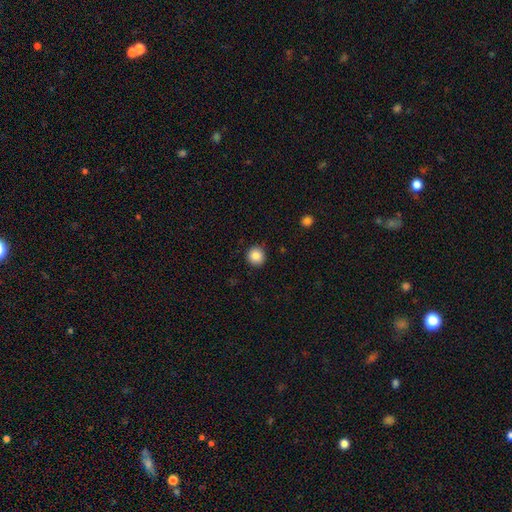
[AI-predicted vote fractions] Smooth or featured?
  - smooth: 87% *
  - star or artifact: 9%
  - featured or disk: 4%
How rounded?
  - round: 93% *
  - in between: 6%
  - cigar-shaped: 1%
Merging?
  - none: 90% *
  - minor disturbance: 7%
  - major disturbance: 2%
  - merger: 1%